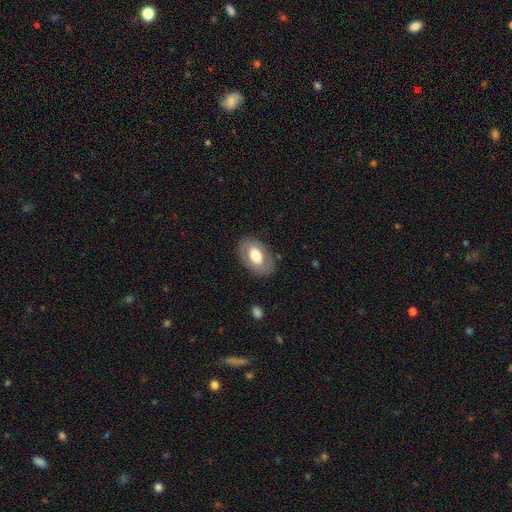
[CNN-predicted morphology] Smooth or featured: smooth — 60% (featured or disk — 34%)
How rounded: in between — 87% (round — 11%)
Merging: none — 81% (minor disturbance — 13%)